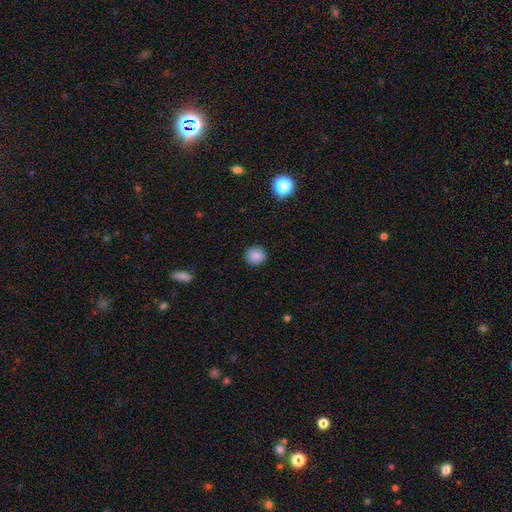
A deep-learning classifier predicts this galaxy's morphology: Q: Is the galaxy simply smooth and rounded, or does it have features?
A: smooth — 87%.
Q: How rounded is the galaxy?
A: round — 91%.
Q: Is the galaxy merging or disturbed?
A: none — 91%.